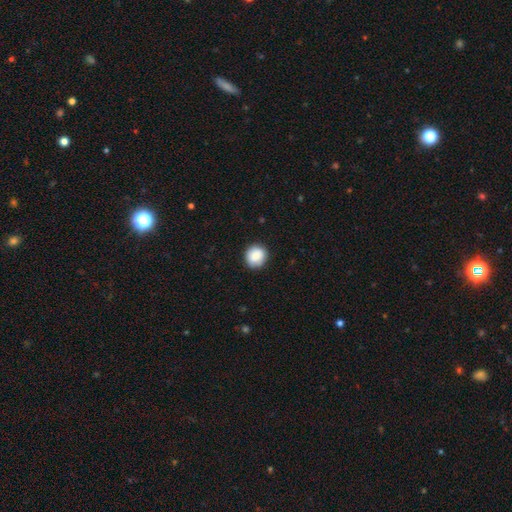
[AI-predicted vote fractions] Smooth or featured?
  - smooth: 88% *
  - star or artifact: 8%
  - featured or disk: 4%
How rounded?
  - round: 89% *
  - in between: 11%
  - cigar-shaped: 1%
Merging?
  - none: 87% *
  - minor disturbance: 10%
  - major disturbance: 2%
  - merger: 1%